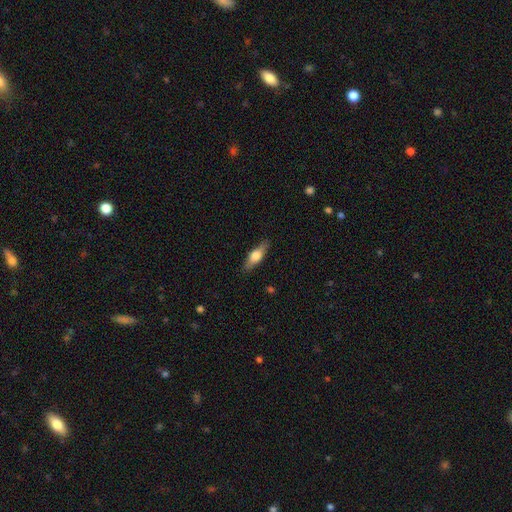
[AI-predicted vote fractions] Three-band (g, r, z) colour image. It shows a smooth galaxy with no disk features (54%) that is in between round and cigar-shaped (52%). Merging: none (86%).